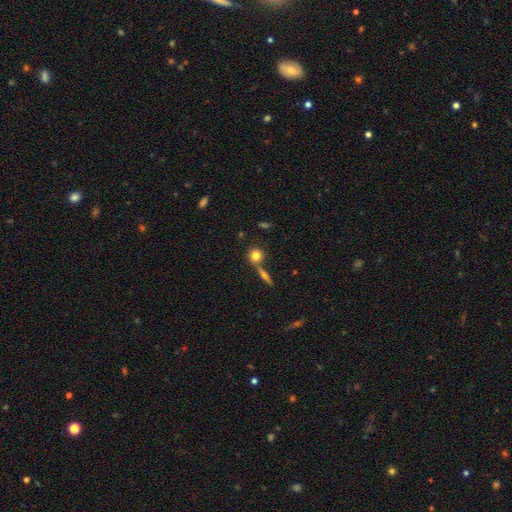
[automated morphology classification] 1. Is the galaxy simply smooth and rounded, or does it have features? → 76% smooth, 14% featured or disk, 10% star or artifact.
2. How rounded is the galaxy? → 86% round, 11% in between, 3% cigar-shaped.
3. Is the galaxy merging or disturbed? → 63% none, 24% merger, 9% minor disturbance, 3% major disturbance.